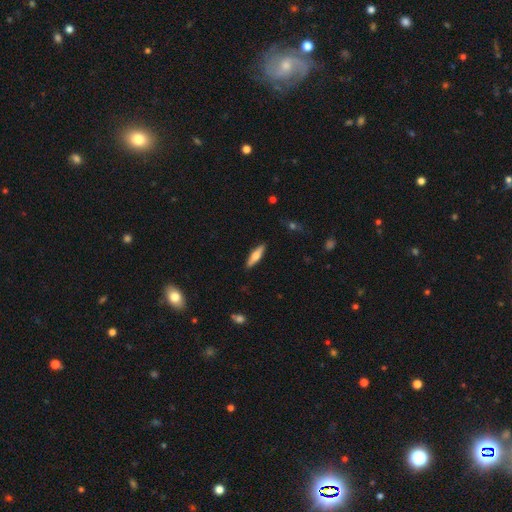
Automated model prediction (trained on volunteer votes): smooth_or_featured: smooth (p=0.59) [alt: featured or disk p=0.36]
how_rounded: cigar-shaped (p=0.67) [alt: in between p=0.32]
merging: none (p=0.90) [alt: minor disturbance p=0.07]